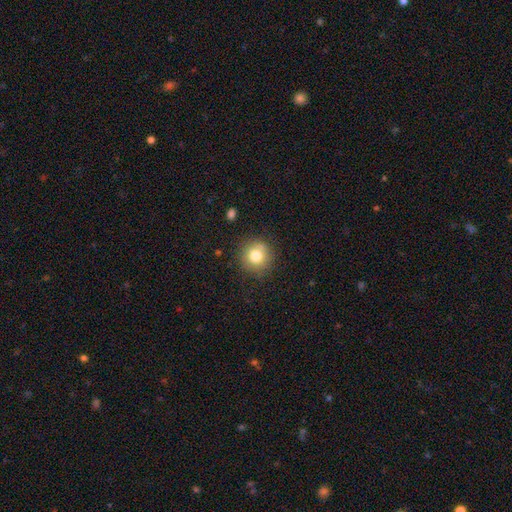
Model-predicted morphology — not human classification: smooth_or_featured: smooth (p=0.79) [alt: star or artifact p=0.11]
how_rounded: round (p=0.92) [alt: in between p=0.07]
merging: none (p=0.83) [alt: minor disturbance p=0.12]